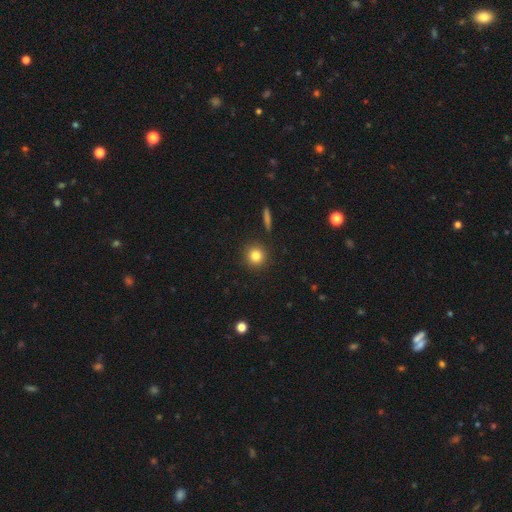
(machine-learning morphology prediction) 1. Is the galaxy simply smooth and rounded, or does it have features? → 83% smooth, 11% star or artifact, 6% featured or disk.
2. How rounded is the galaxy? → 93% round, 6% in between, 1% cigar-shaped.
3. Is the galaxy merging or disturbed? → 90% none, 6% minor disturbance, 2% major disturbance, 2% merger.